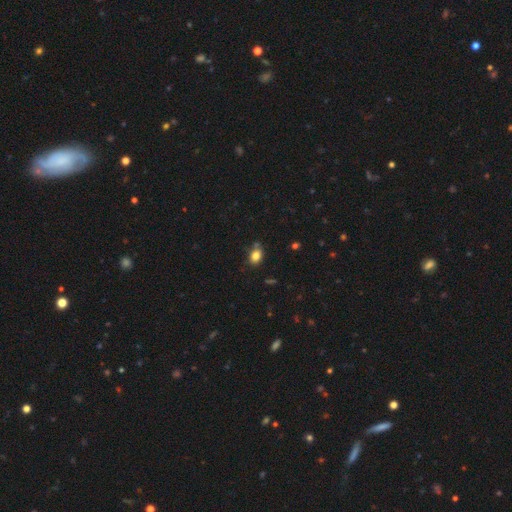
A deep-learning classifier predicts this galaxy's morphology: Q: Smooth or featured?
A: smooth (82%); runner-up: star or artifact (11%)
Q: How rounded?
A: in between (74%); runner-up: round (24%)
Q: Merging?
A: none (74%); runner-up: minor disturbance (17%)